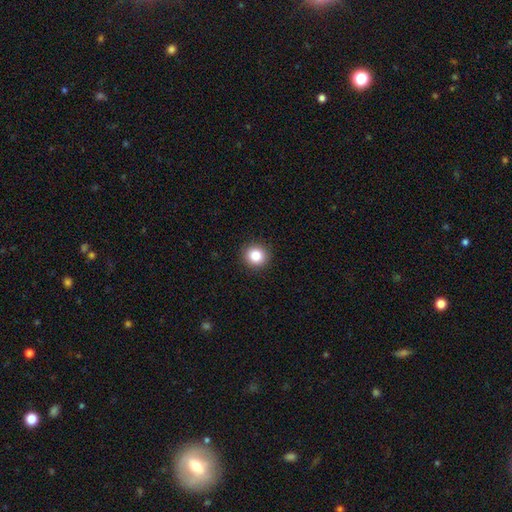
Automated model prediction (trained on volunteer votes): smooth_or_featured: smooth (p=0.83) [alt: star or artifact p=0.11]
how_rounded: round (p=0.92) [alt: in between p=0.07]
merging: none (p=0.92) [alt: minor disturbance p=0.05]